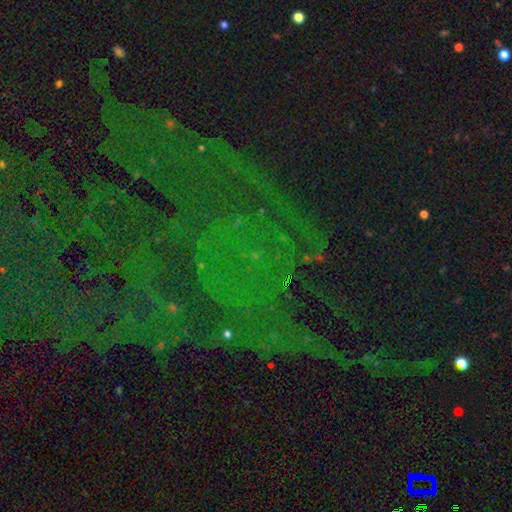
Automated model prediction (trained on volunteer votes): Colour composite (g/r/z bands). It shows a star or artifact, not a galaxy (81%).